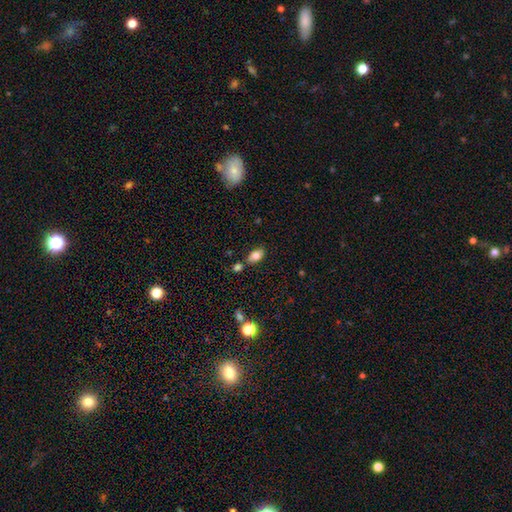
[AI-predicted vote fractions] Q: Smooth or featured?
A: smooth (80%); runner-up: featured or disk (12%)
Q: How rounded?
A: in between (89%); runner-up: round (7%)
Q: Merging?
A: none (72%); runner-up: minor disturbance (13%)